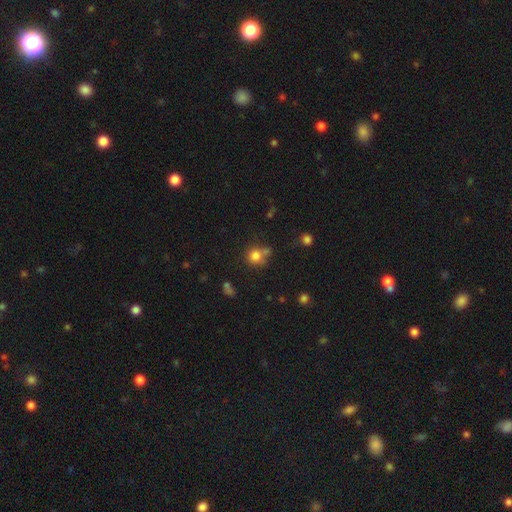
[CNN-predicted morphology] smooth-or-featured: smooth: 79% | star or artifact: 13% | featured or disk: 7%
  how-rounded: round: 85% | in between: 14% | cigar-shaped: 1%
  merging: none: 58% | merger: 21% | minor disturbance: 15% | major disturbance: 6%